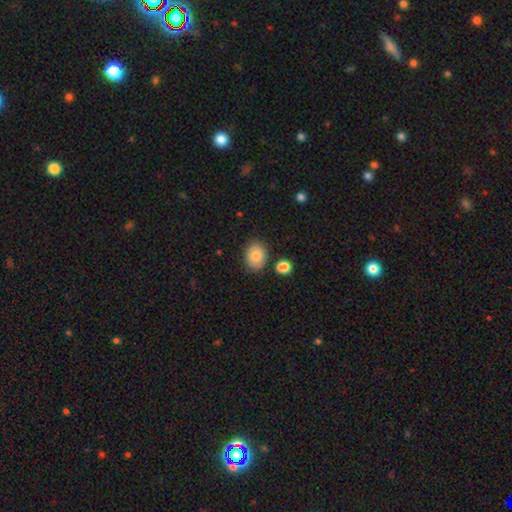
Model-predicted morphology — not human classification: Smooth or featured?
  - smooth: 82% *
  - featured or disk: 9%
  - star or artifact: 8%
How rounded?
  - in between: 61% *
  - round: 38%
  - cigar-shaped: 1%
Merging?
  - none: 80% *
  - minor disturbance: 12%
  - merger: 4%
  - major disturbance: 3%